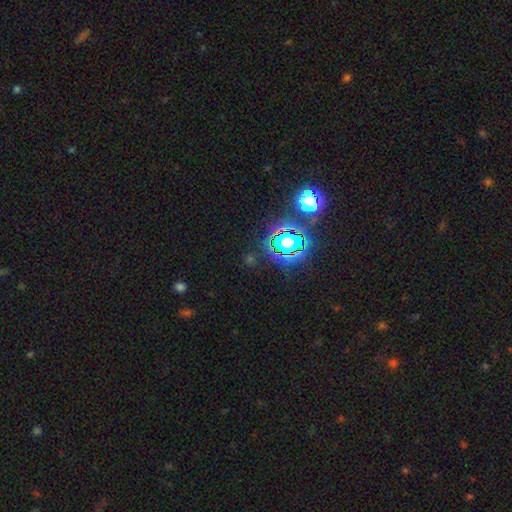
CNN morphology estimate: smooth_or_featured: star or artifact (p=0.78) [alt: smooth p=0.14]